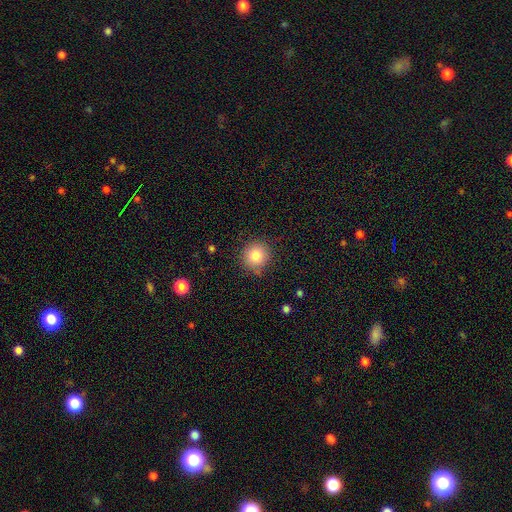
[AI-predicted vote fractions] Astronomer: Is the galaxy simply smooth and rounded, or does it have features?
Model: smooth — 83%.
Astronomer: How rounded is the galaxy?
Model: round — 91%.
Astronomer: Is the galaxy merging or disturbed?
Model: none — 84%.